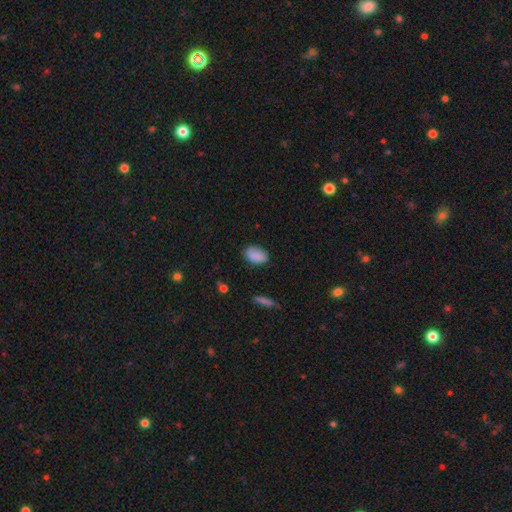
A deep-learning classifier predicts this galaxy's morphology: The model was most divided on "merging": none: 81%, minor disturbance: 15%, major disturbance: 3%, merger: 1%. More confident: how rounded — in between (91%); smooth or featured — smooth (88%).